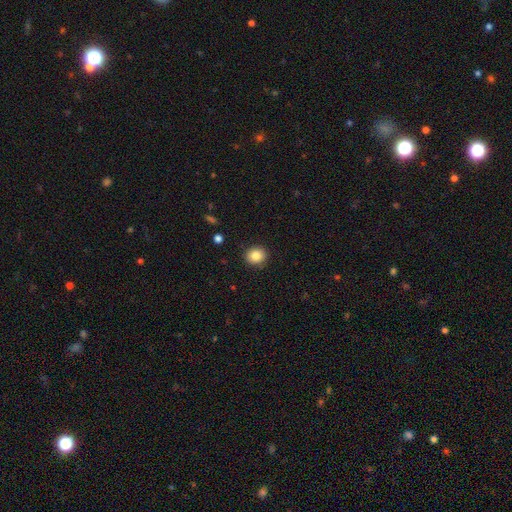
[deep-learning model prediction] Smooth or featured?
  - smooth: 84% *
  - star or artifact: 9%
  - featured or disk: 7%
How rounded?
  - round: 75% *
  - in between: 24%
  - cigar-shaped: 1%
Merging?
  - none: 90% *
  - minor disturbance: 7%
  - major disturbance: 2%
  - merger: 1%